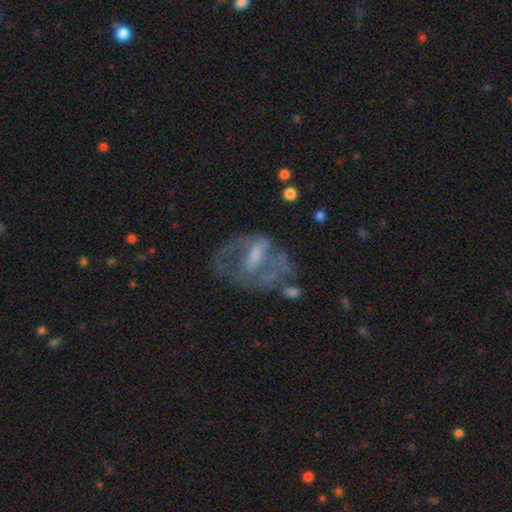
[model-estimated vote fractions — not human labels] Overall: featured or disk (62%; smooth 27%). Edge-on disk: no (94%). Bar: weak (38%; no 36%). Spiral arms: no (67%; yes 33%). Bulge size: small (37%; none 28%). Merging: major disturbance (41%; none 34%).